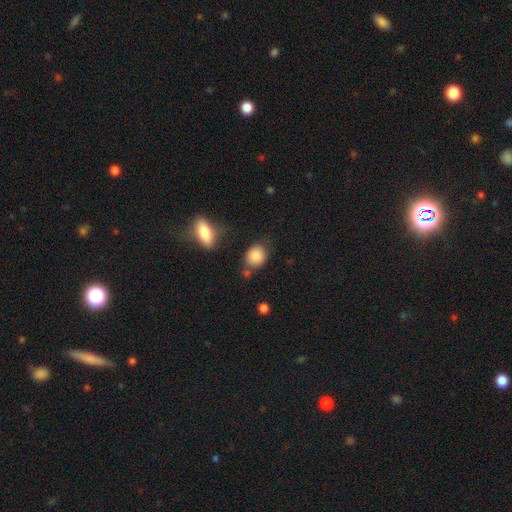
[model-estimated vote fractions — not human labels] Smooth or featured?
  - smooth: 87% *
  - star or artifact: 8%
  - featured or disk: 5%
How rounded?
  - round: 51% *
  - in between: 48%
  - cigar-shaped: 2%
Merging?
  - none: 69% *
  - minor disturbance: 17%
  - merger: 8%
  - major disturbance: 5%